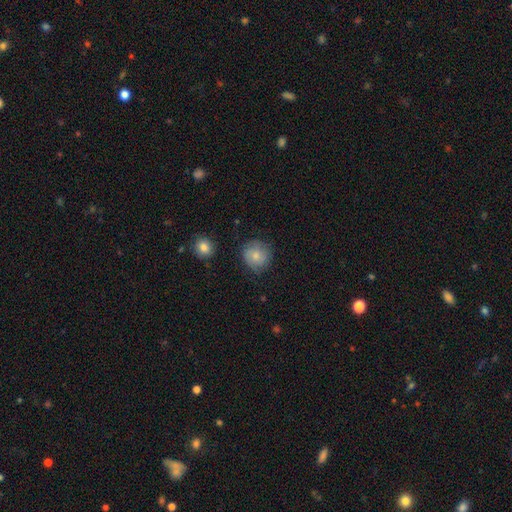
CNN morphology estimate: A smooth galaxy with no disk features (70%) that is round (88%).

Vote fractions:
- Smooth or featured? smooth: 70% / featured or disk: 22% / star or artifact: 8%
- How rounded? round: 88% / in between: 11% / cigar-shaped: 1%
- Merging? none: 76% / minor disturbance: 18% / major disturbance: 5% / merger: 2%